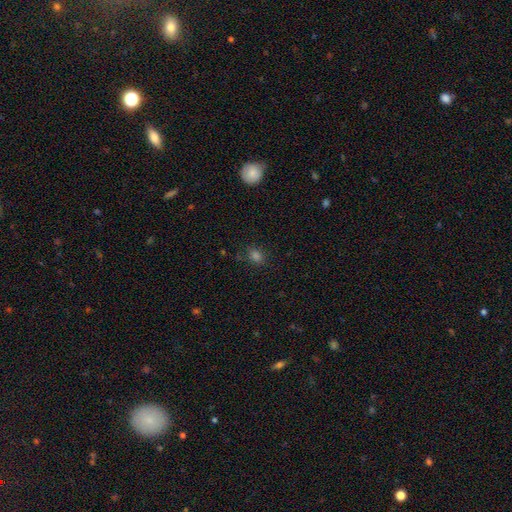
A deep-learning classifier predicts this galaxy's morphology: Q: Smooth or featured?
A: smooth (75%); runner-up: star or artifact (19%)
Q: How rounded?
A: round (60%); runner-up: in between (38%)
Q: Merging?
A: none (83%); runner-up: minor disturbance (12%)